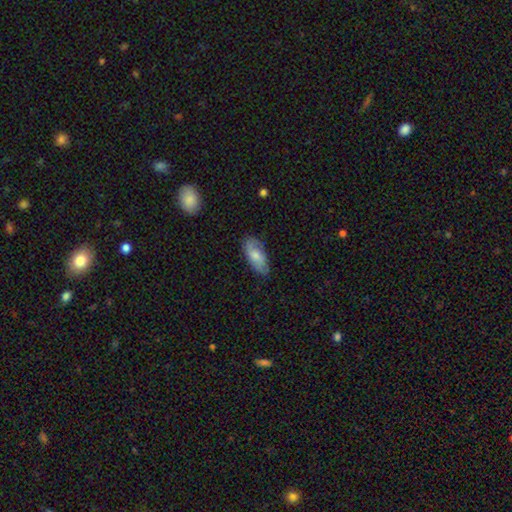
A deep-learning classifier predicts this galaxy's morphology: Smooth or featured: smooth — 66% (featured or disk — 28%)
How rounded: in between — 87% (cigar-shaped — 10%)
Merging: none — 73% (minor disturbance — 21%)